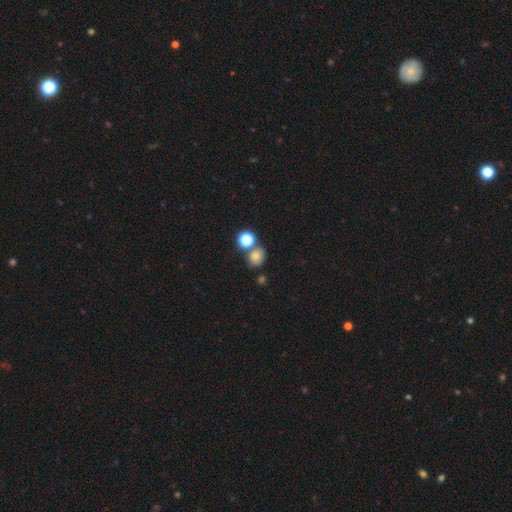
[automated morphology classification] Smooth or featured? Predicted: smooth (p=0.74). How rounded? Predicted: round (p=0.64). Merging? Predicted: none (p=0.60).